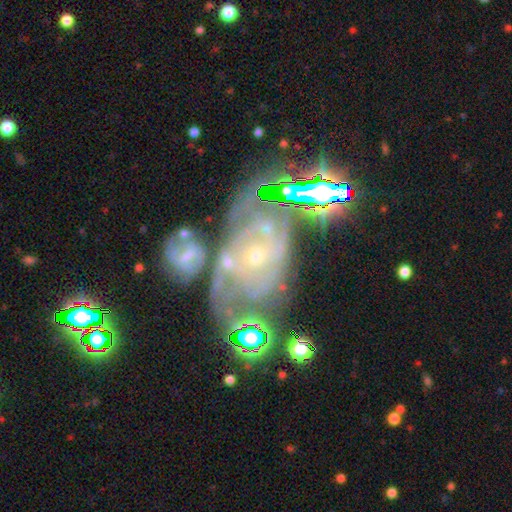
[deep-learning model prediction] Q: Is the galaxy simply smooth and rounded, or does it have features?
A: featured or disk — 73%.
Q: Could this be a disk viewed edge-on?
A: no — 94%.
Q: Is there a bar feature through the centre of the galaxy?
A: no — 72%.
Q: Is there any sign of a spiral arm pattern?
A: yes — 88%.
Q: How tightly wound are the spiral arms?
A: tight — 73%.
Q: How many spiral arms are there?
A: can't tell — 39%.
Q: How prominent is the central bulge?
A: small — 82%.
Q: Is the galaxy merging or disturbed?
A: none — 49%.